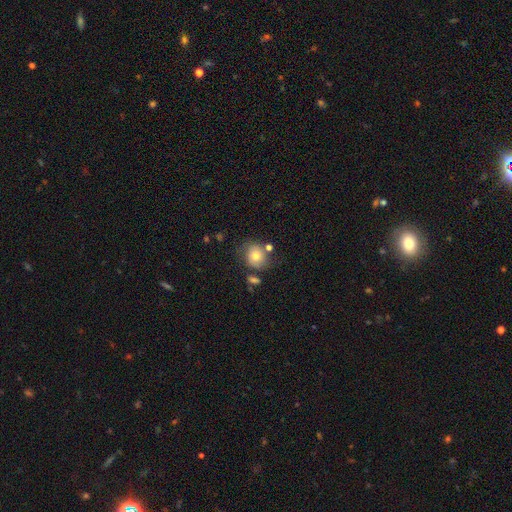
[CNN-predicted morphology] Q: Smooth or featured?
A: smooth (73%); runner-up: featured or disk (17%)
Q: How rounded?
A: round (78%); runner-up: in between (21%)
Q: Merging?
A: none (62%); runner-up: minor disturbance (18%)